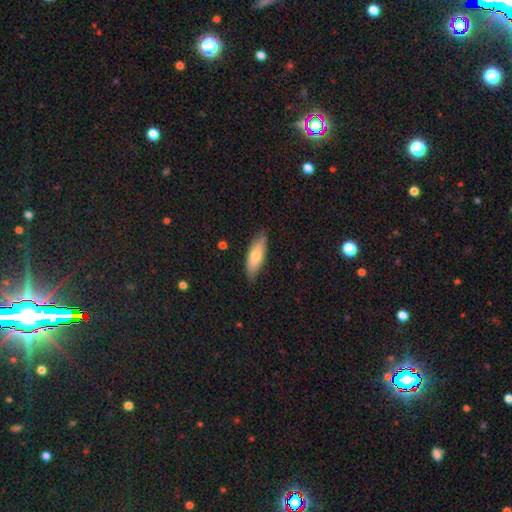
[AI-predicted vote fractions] Overall: smooth (67%; featured or disk 27%). How rounded: in between (57%; cigar-shaped 41%). Merging: none (81%).